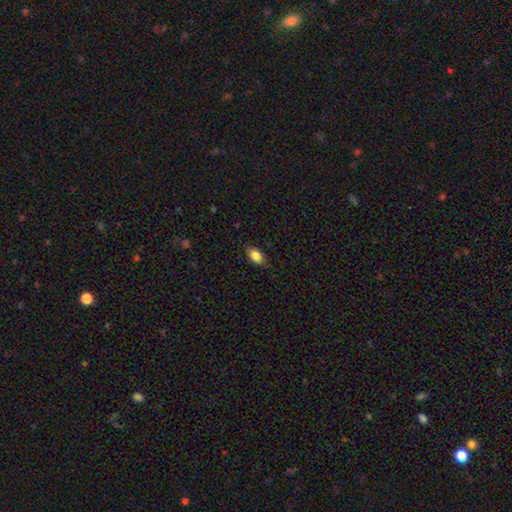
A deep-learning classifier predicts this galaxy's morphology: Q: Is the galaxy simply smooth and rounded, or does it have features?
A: smooth — 84%.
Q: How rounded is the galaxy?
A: in between — 86%.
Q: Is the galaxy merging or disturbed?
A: none — 82%.